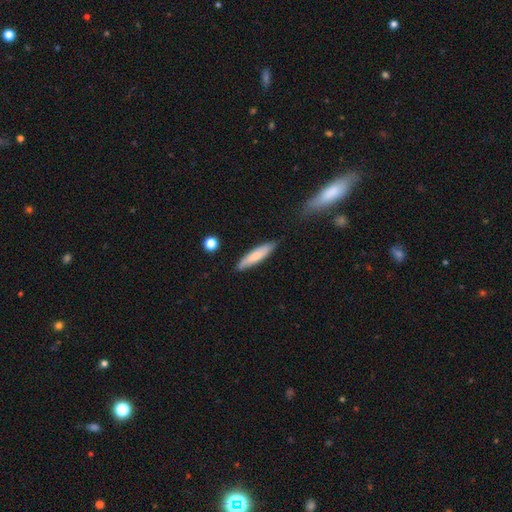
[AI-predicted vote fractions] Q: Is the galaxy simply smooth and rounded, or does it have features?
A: smooth — 74%.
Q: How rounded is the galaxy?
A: cigar-shaped — 79%.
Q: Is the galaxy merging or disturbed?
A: none — 84%.